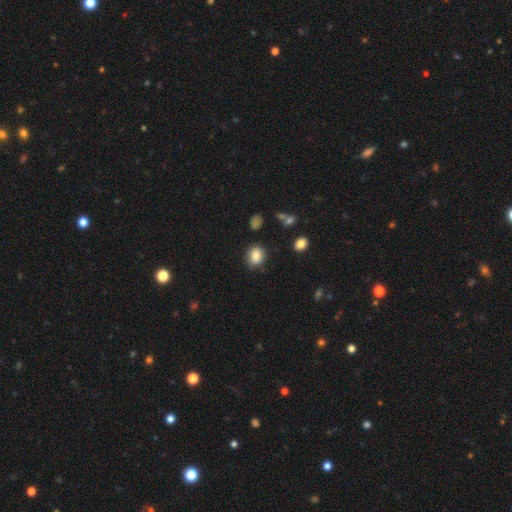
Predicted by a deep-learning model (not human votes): Smooth or featured: smooth — 84% (star or artifact — 10%)
How rounded: in between — 50% (round — 49%)
Merging: none — 77% (minor disturbance — 16%)